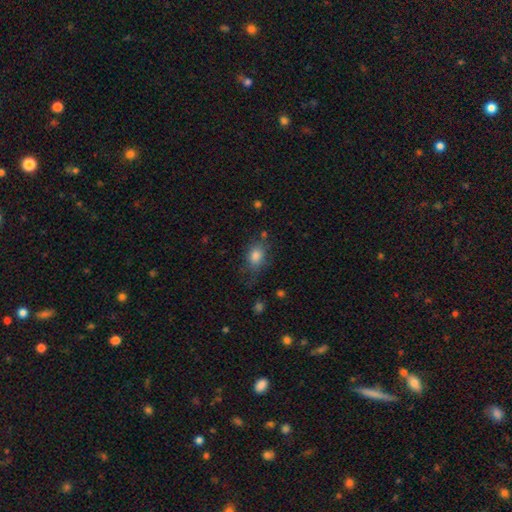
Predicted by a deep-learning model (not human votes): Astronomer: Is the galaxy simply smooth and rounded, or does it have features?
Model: smooth — 81%.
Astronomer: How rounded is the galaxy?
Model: in between — 73%.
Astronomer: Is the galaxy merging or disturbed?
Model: none — 58%.